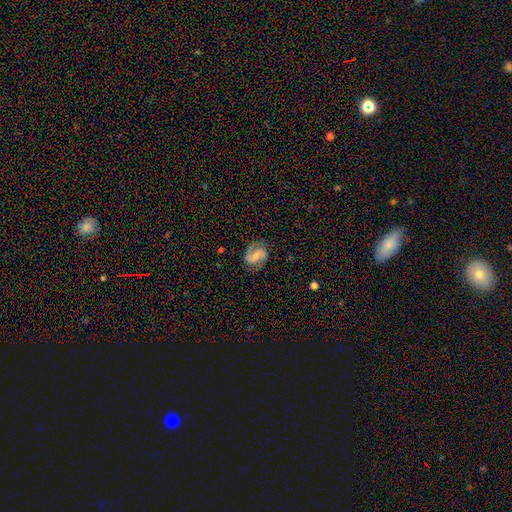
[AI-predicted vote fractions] Smooth or featured: featured or disk — 83% (smooth — 12%)
Edge-on disk: no — 98% (yes — 2%)
Bar: weak — 46% (no — 34%)
Spiral arms: yes — 97% (no — 3%)
Spiral winding: medium — 54% (loose — 24%)
Spiral arm count: 2 — 92% (can't tell — 3%)
Bulge size: small — 48% (moderate — 27%)
Merging: none — 81% (minor disturbance — 13%)